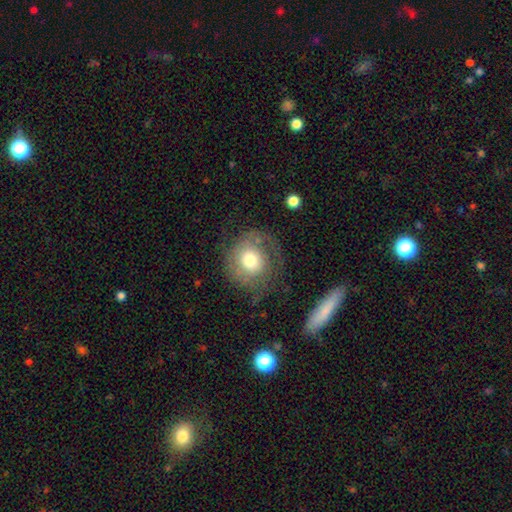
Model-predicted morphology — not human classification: This is possibly a featured or disk galaxy (50%). Merging: likely none (67%).